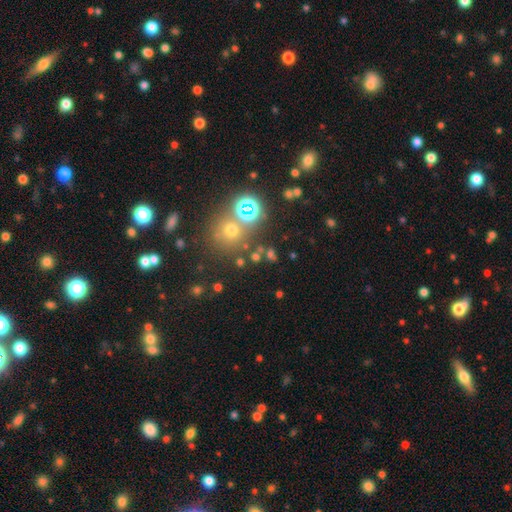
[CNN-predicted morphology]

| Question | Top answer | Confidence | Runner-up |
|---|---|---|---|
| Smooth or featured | smooth | 47% | star or artifact (43%) |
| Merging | none | 73% | merger (14%) |